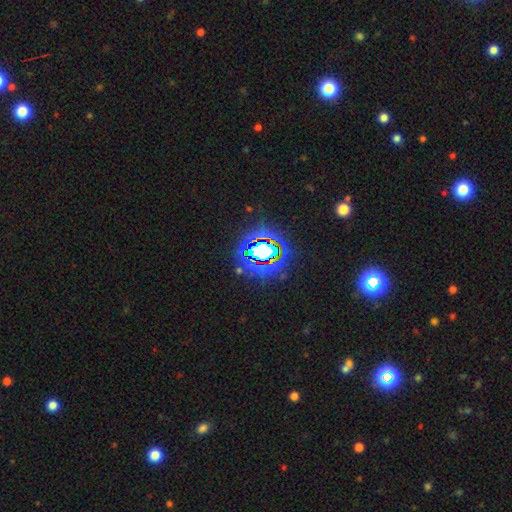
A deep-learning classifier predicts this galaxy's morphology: A star or artifact, not a galaxy (81%).

Vote fractions:
- Smooth or featured? star or artifact: 81% / smooth: 12% / featured or disk: 7%